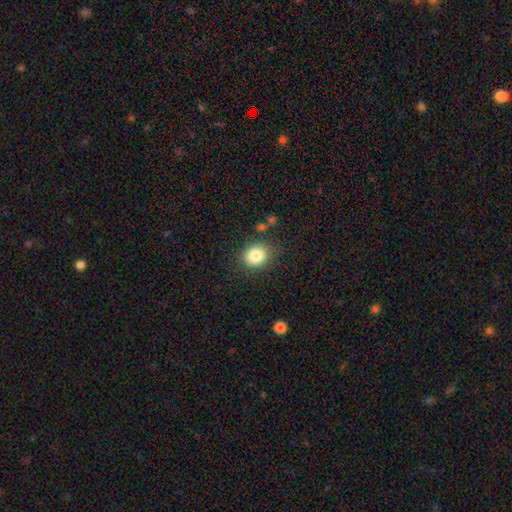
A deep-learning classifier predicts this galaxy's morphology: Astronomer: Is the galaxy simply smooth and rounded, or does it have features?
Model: smooth — 83%.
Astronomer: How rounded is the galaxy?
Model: round — 65%.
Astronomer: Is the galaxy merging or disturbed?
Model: none — 83%.